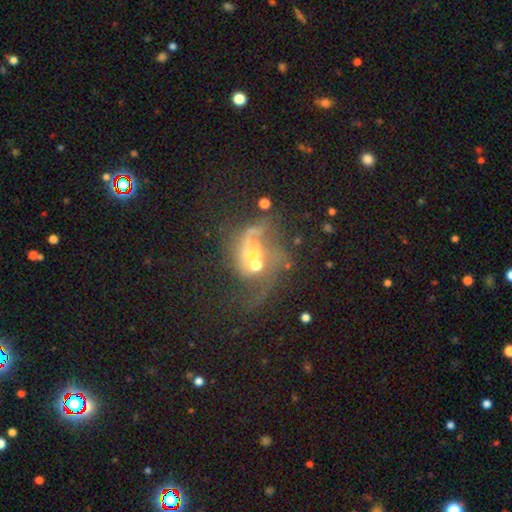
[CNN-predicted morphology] This is possibly a featured or disk galaxy (59%). It is clearly not viewed edge-on (97%). Bar: likely no (74%). Spiral arm pattern: likely yes (61%). Central bulge: possibly moderate (53%). Merging: possibly merger (53%).